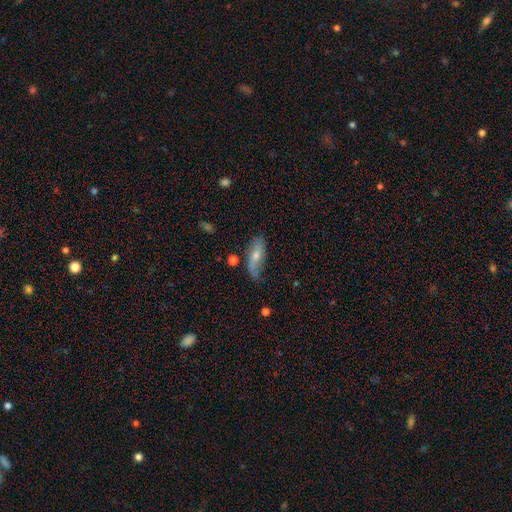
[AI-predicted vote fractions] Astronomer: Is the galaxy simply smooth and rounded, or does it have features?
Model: featured or disk — 51% (runner-up: smooth, 41%).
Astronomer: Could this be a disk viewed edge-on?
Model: no — 77%.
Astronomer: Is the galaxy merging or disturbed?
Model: none — 62%.